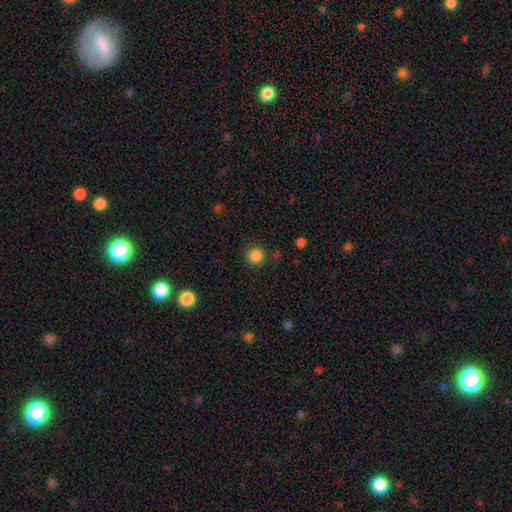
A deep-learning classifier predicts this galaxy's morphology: The model was most divided on "smooth or featured": smooth: 85%, star or artifact: 11%, featured or disk: 3%. More confident: how rounded — round (94%); merging — none (87%).